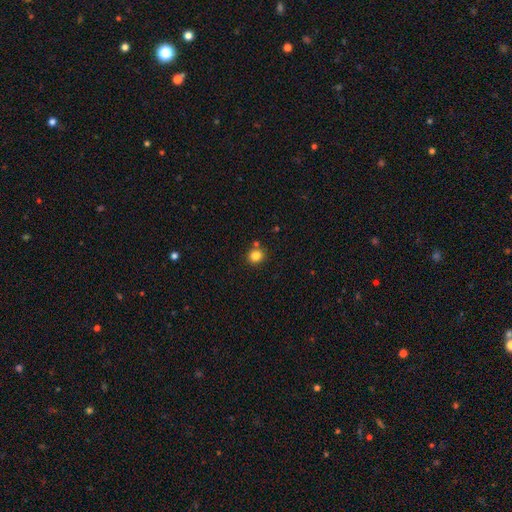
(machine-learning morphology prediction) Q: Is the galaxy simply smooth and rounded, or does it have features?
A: smooth — 83%.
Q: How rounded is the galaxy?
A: round — 84%.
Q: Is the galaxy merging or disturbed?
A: none — 81%.